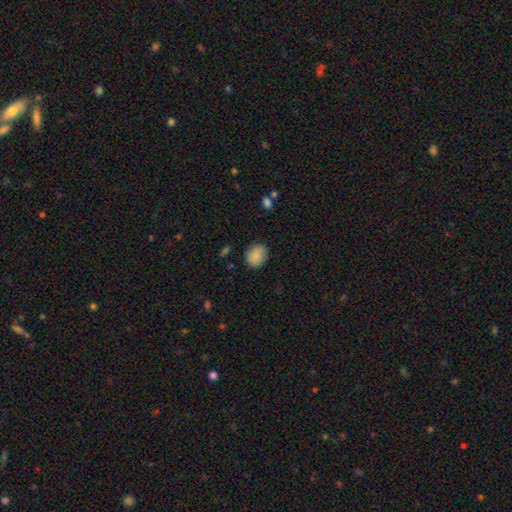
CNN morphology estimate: Smooth or featured? smooth (88%)
How rounded? round (54%)
Merging? none (85%)